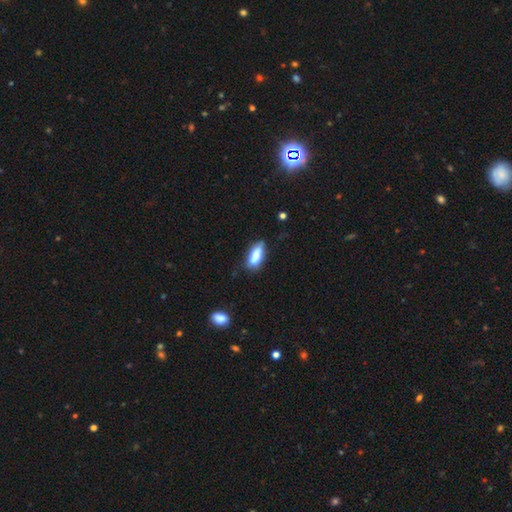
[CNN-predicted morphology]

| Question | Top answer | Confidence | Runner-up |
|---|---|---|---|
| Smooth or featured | smooth | 79% | featured or disk (15%) |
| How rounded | in between | 68% | cigar-shaped (30%) |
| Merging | none | 65% | minor disturbance (26%) |